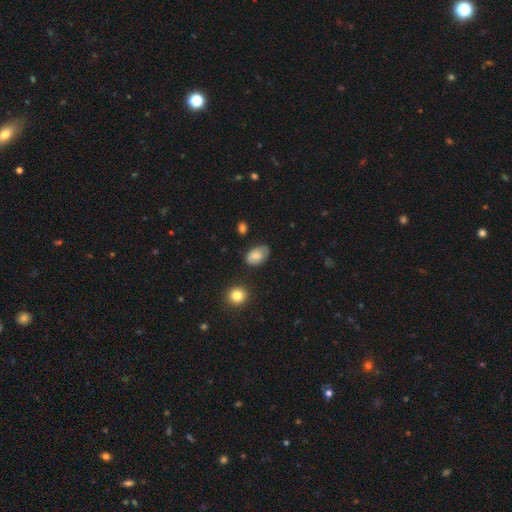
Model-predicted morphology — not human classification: A smooth galaxy with no disk features (78%) that is in between round and cigar-shaped (87%).

Vote fractions:
- Smooth or featured? smooth: 78% / featured or disk: 14% / star or artifact: 8%
- How rounded? in between: 87% / round: 12% / cigar-shaped: 1%
- Merging? none: 69% / minor disturbance: 23% / major disturbance: 5% / merger: 2%